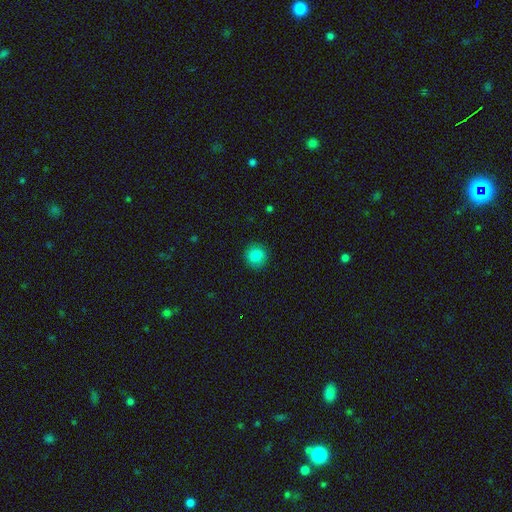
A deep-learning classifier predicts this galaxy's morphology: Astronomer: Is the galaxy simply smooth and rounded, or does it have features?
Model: smooth — 84%.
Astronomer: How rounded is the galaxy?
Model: round — 91%.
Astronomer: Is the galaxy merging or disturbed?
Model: none — 91%.